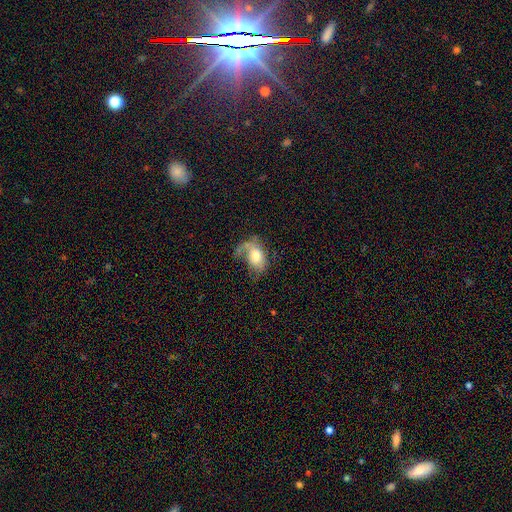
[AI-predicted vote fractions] Smooth or featured? Predicted: smooth (p=0.63). How rounded? Predicted: in between (p=0.81). Merging? Predicted: none (p=0.33).